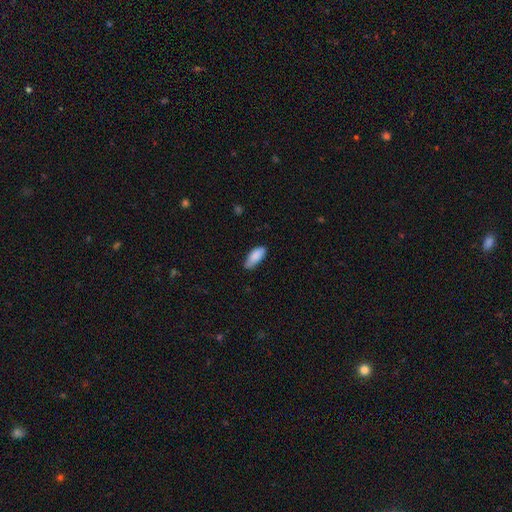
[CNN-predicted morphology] smooth_or_featured: smooth (p=0.87) [alt: featured or disk p=0.07]
how_rounded: in between (p=0.83) [alt: cigar-shaped p=0.16]
merging: none (p=0.67) [alt: minor disturbance p=0.28]